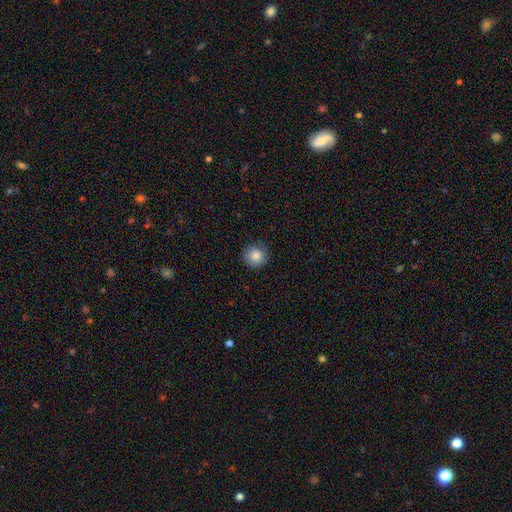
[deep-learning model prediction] A smooth galaxy with no disk features (83%) that is round (93%). Merging: none (82%).